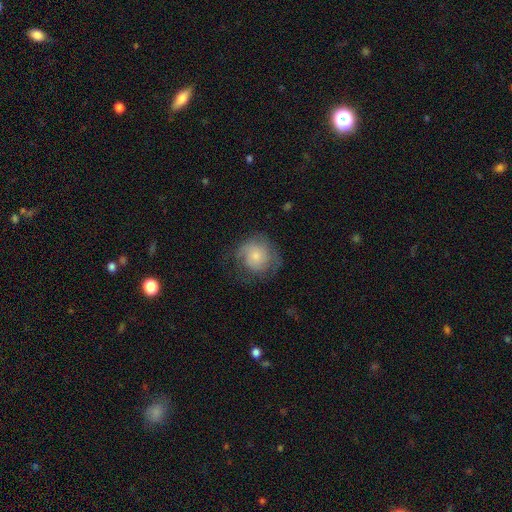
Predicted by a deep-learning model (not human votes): The model was most divided on "smooth or featured": smooth: 54%, featured or disk: 38%, star or artifact: 8%. More confident: how rounded — round (84%); merging — none (56%).